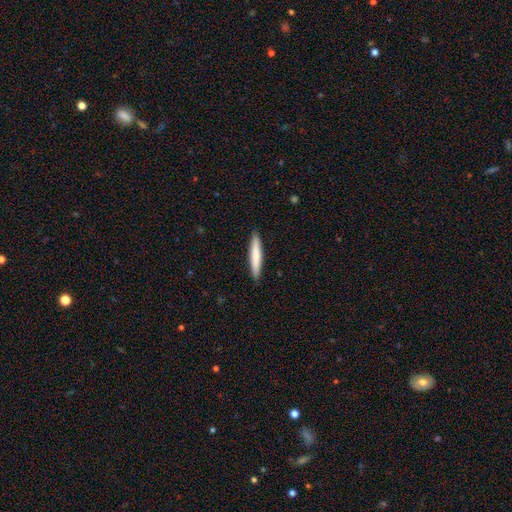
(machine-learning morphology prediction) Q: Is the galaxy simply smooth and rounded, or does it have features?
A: smooth — 75%.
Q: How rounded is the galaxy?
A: cigar-shaped — 93%.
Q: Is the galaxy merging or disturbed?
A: none — 91%.